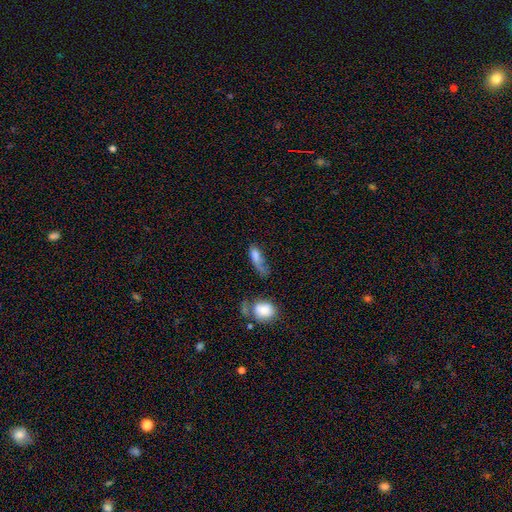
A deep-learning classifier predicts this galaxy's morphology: Smooth or featured?
  - smooth: 74% *
  - featured or disk: 17%
  - star or artifact: 10%
How rounded?
  - in between: 66% *
  - cigar-shaped: 28%
  - round: 6%
Merging?
  - major disturbance: 34% *
  - none: 27%
  - minor disturbance: 25%
  - merger: 15%